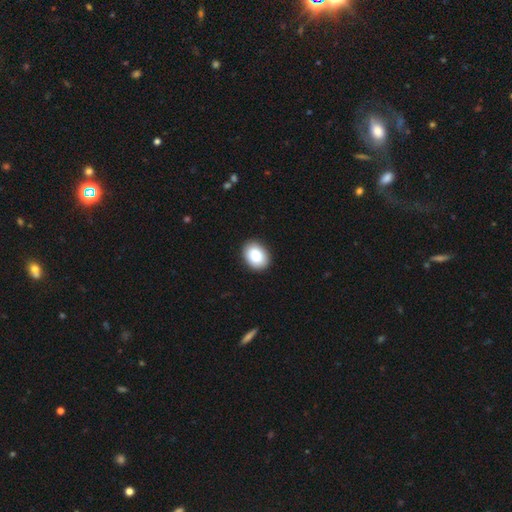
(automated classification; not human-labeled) A smooth galaxy with no disk features (83%) that is in between round and cigar-shaped (70%).

Vote fractions:
- Smooth or featured? smooth: 83% / featured or disk: 10% / star or artifact: 7%
- How rounded? in between: 70% / round: 29% / cigar-shaped: 1%
- Merging? none: 91% / minor disturbance: 6% / major disturbance: 2% / merger: 1%